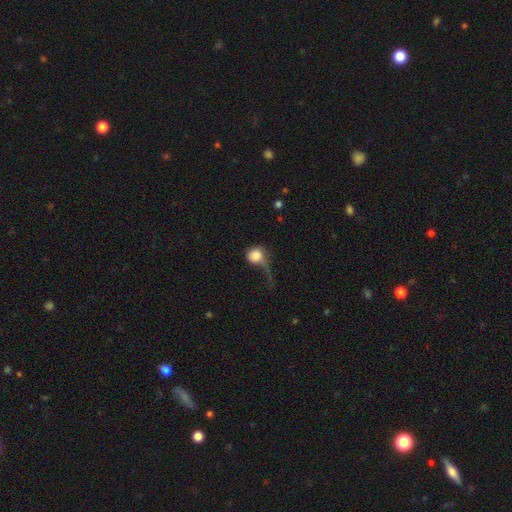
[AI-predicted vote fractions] smooth 77%, featured or disk 15%, star or artifact 8%. Down the decision tree: how rounded — round (85%); merging — major disturbance (50%).